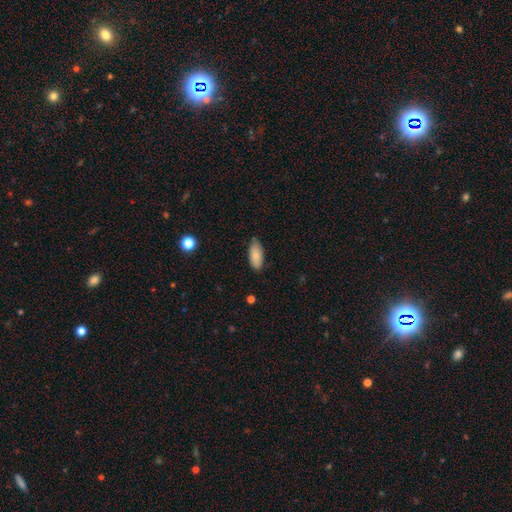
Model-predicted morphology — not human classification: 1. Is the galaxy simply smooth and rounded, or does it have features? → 84% smooth, 10% featured or disk, 7% star or artifact.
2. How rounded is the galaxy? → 87% in between, 11% cigar-shaped, 2% round.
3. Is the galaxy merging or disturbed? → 81% none, 16% minor disturbance, 2% major disturbance, 1% merger.